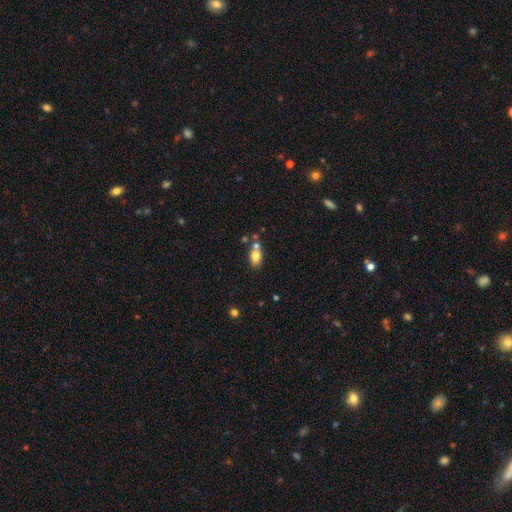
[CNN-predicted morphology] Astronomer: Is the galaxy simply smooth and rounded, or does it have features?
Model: smooth — 77%.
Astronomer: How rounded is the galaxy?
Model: in between — 75%.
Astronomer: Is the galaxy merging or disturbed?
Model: none — 52% (runner-up: merger, 30%).